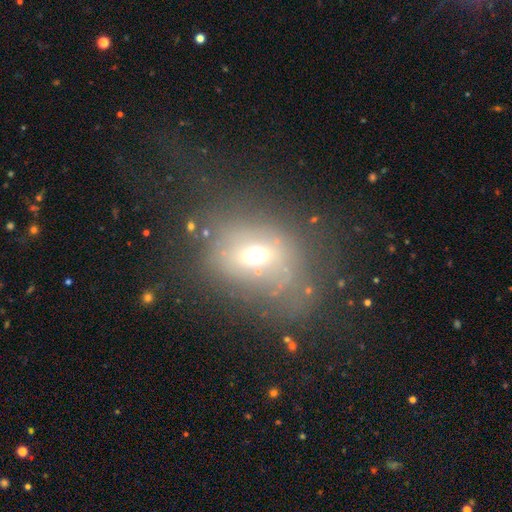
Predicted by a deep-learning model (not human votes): smooth-or-featured: smooth: 48% | featured or disk: 35% | star or artifact: 17%
  merging: none: 44% | major disturbance: 26% | minor disturbance: 25% | merger: 5%